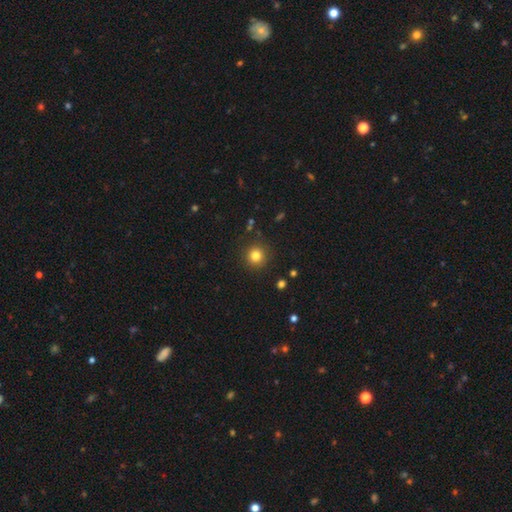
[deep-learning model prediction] The model was most divided on "smooth or featured": smooth: 82%, star or artifact: 13%, featured or disk: 6%. More confident: how rounded — round (94%); merging — none (90%).